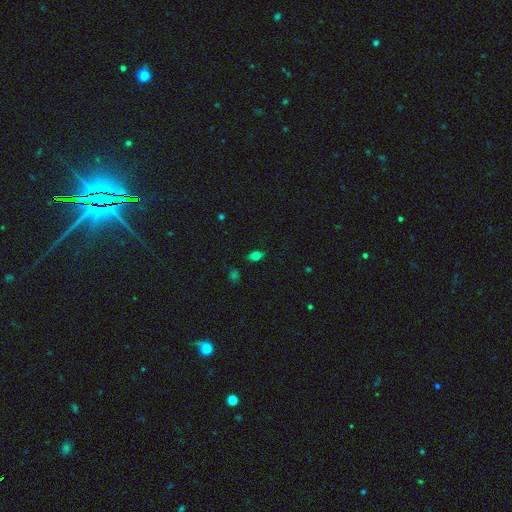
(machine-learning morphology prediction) Q: Smooth or featured?
A: smooth (71%); runner-up: featured or disk (15%)
Q: How rounded?
A: in between (83%); runner-up: round (10%)
Q: Merging?
A: none (83%); runner-up: minor disturbance (13%)